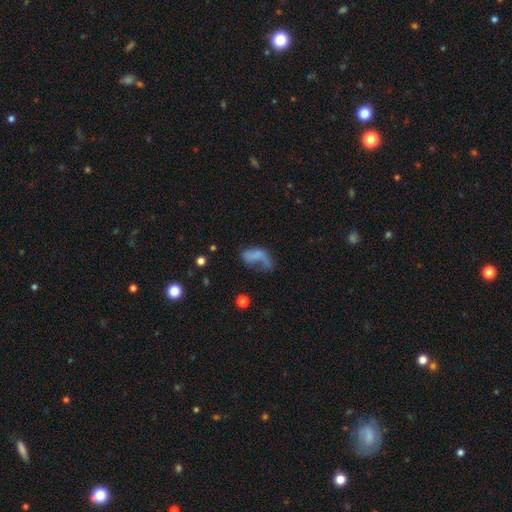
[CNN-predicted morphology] This is possibly a smooth galaxy (52%). How rounded: clearly in between (86%). Merging: possibly major disturbance (46%).